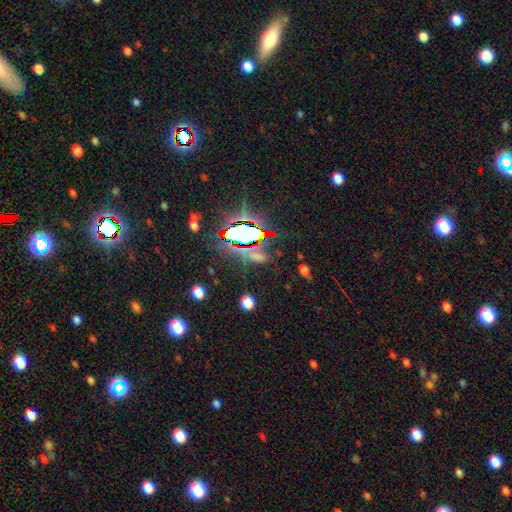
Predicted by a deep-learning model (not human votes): A star or artifact, not a galaxy (54%).